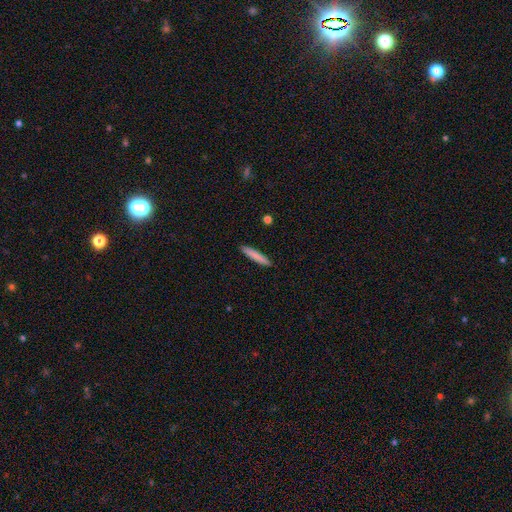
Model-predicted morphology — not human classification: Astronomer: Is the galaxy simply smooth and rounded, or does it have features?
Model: smooth — 82%.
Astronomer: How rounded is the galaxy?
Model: cigar-shaped — 93%.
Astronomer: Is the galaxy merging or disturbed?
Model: none — 91%.